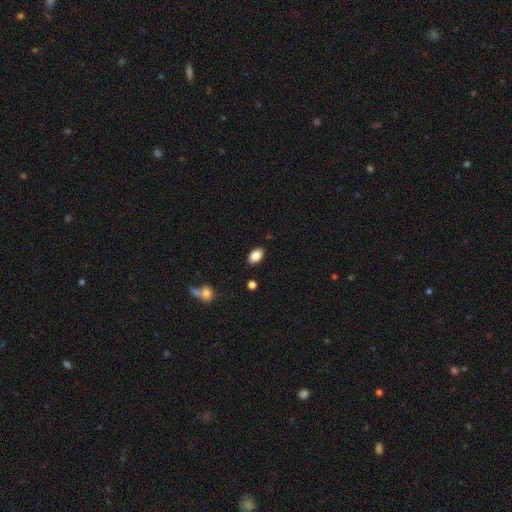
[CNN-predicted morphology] This is clearly a smooth galaxy (86%). How rounded: clearly in between (90%). Merging: clearly none (87%).